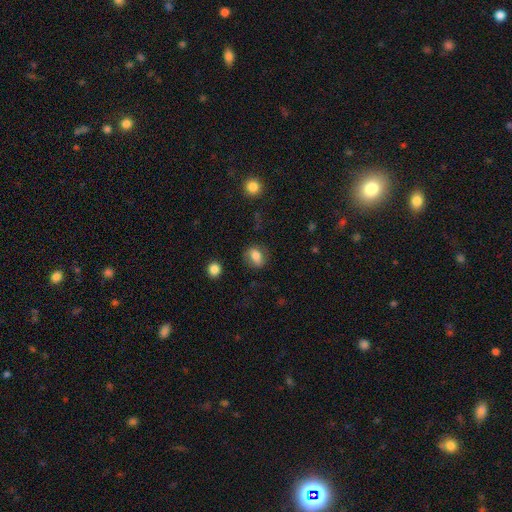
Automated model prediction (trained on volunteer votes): This is likely a smooth galaxy (76%). How rounded: possibly in between (56%). Merging: likely none (76%).